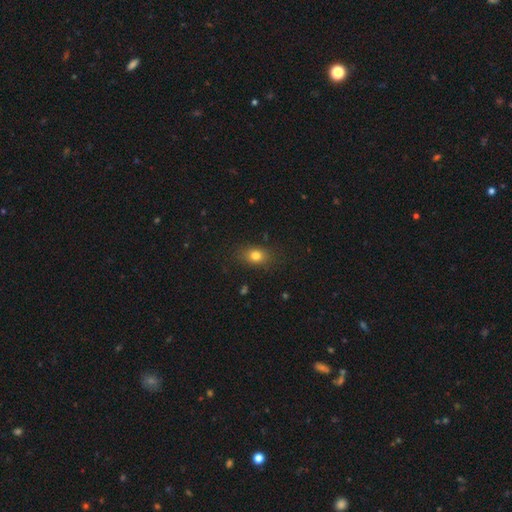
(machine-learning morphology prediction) Smooth or featured? smooth (79%)
How rounded? in between (66%)
Merging? none (83%)